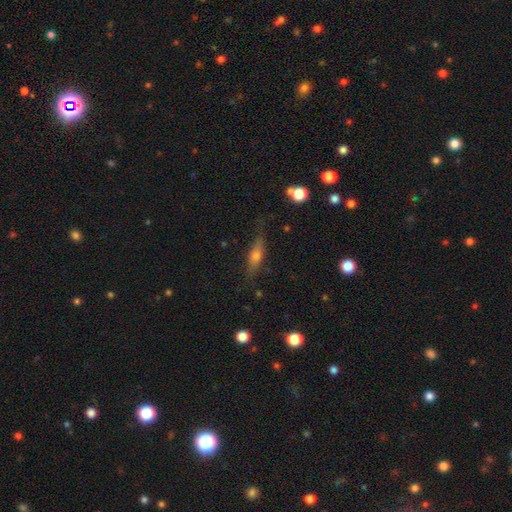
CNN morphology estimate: A smooth galaxy with no disk features (46%). Merging: none (77%).